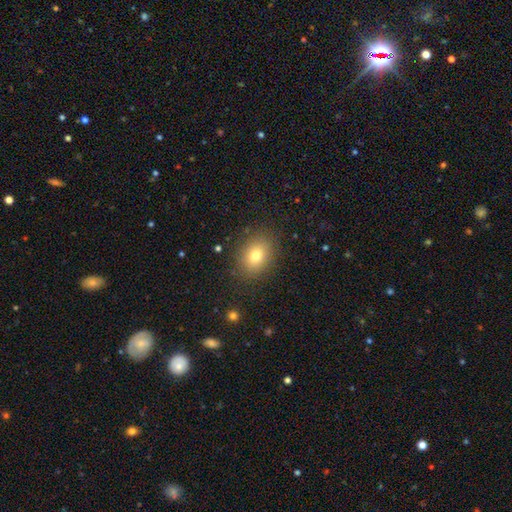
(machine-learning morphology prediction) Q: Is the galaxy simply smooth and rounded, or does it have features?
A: smooth — 76%.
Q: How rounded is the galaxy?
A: in between — 59%.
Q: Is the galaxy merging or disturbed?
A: none — 86%.